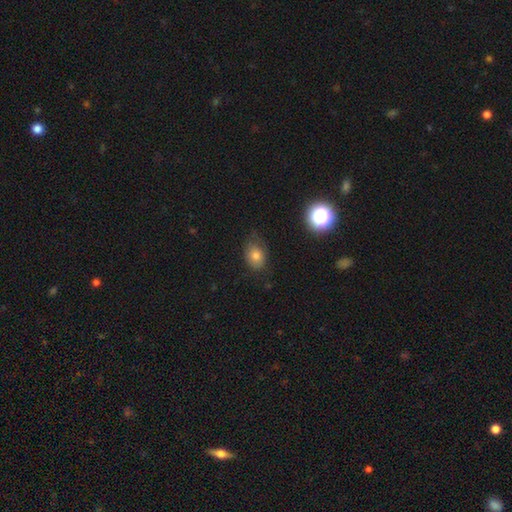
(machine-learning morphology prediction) Smooth or featured?
  - smooth: 76% *
  - star or artifact: 13%
  - featured or disk: 11%
How rounded?
  - in between: 65% *
  - round: 34%
  - cigar-shaped: 1%
Merging?
  - none: 66% *
  - minor disturbance: 26%
  - major disturbance: 7%
  - merger: 2%